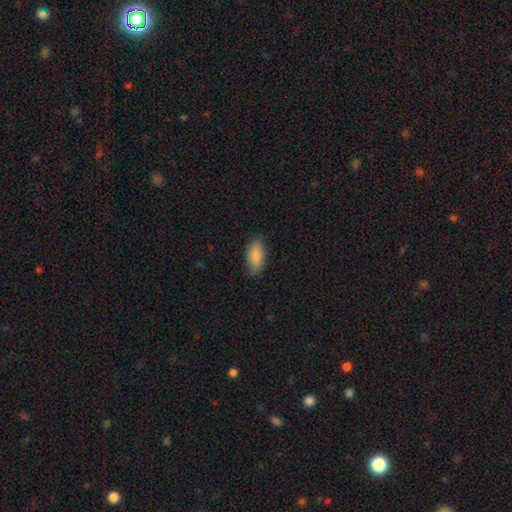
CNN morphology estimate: This appears to be a smooth galaxy with no disk features (86%) that is in between round and cigar-shaped (90%). Merging: none (80%).